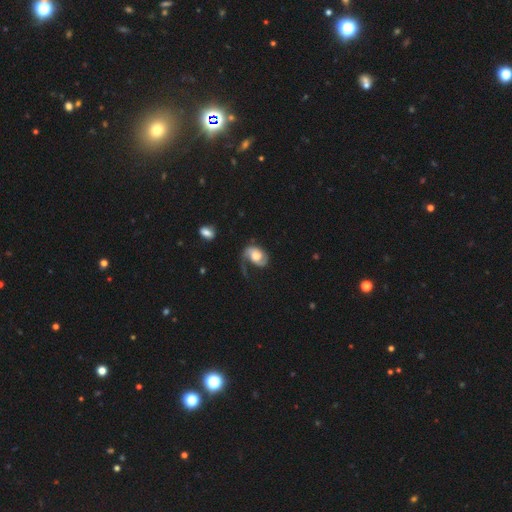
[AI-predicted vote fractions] Morphology: type=featured or disk (75%); edge-on=no (98%); bar=no (66%); spiral arms=yes (93%); winding=medium (40%); arm count=1 (48%); bulge=moderate (47%); merging=none (40%).